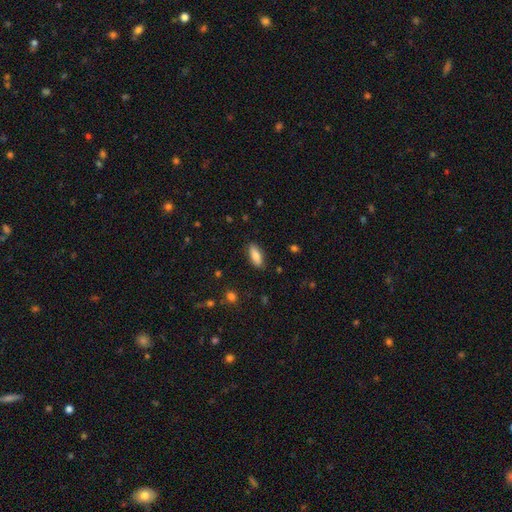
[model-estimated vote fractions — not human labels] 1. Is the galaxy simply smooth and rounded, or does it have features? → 80% smooth, 14% featured or disk, 7% star or artifact.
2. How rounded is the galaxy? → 73% in between, 25% cigar-shaped, 2% round.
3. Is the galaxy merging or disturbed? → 86% none, 10% minor disturbance, 2% major disturbance, 1% merger.